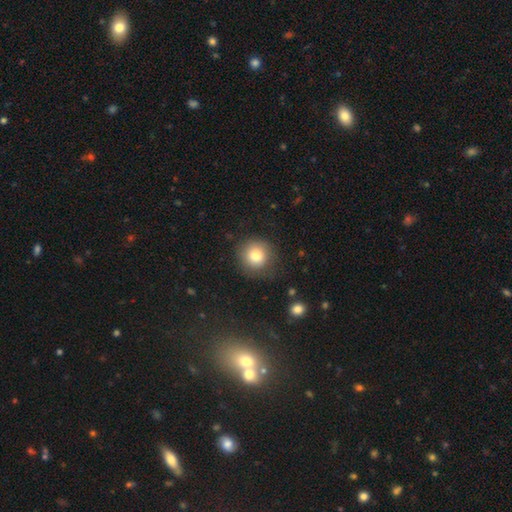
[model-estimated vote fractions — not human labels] Smooth or featured? Predicted: smooth (p=0.80). How rounded? Predicted: round (p=0.92). Merging? Predicted: none (p=0.81).